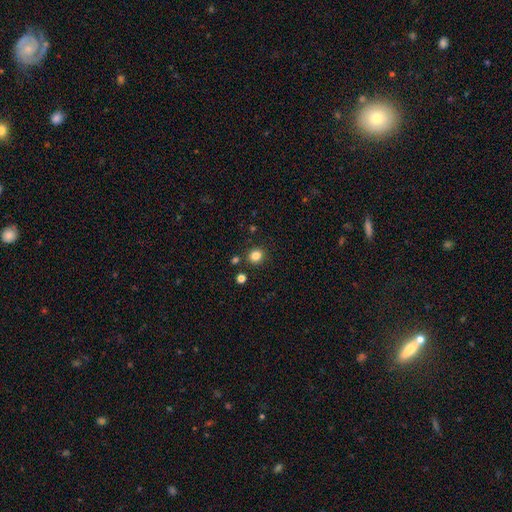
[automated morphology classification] Smooth or featured: smooth — 83% (star or artifact — 13%)
How rounded: round — 84% (in between — 15%)
Merging: none — 87% (minor disturbance — 7%)